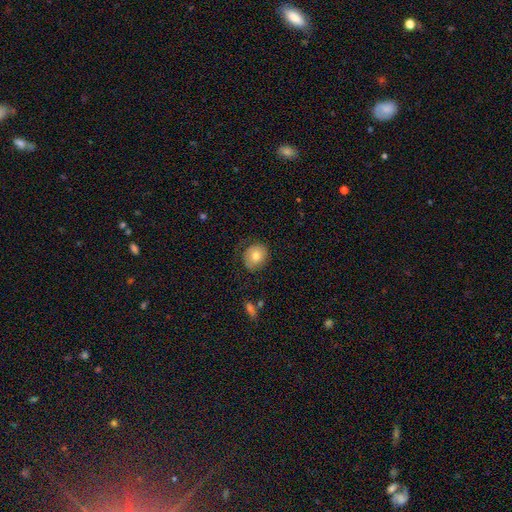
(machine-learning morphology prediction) smooth 70%, featured or disk 22%, star or artifact 8%. Down the decision tree: how rounded — round (69%); merging — none (69%).